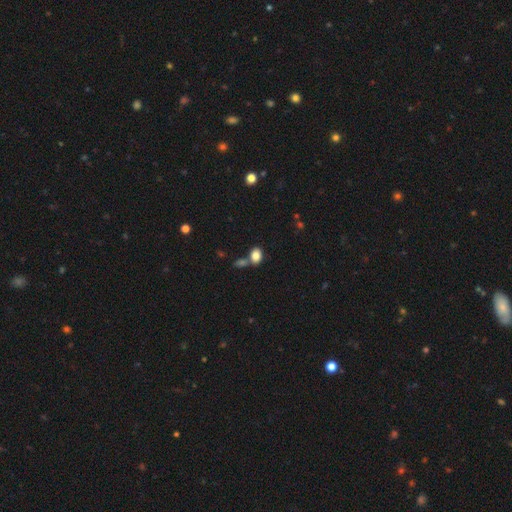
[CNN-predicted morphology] A smooth galaxy with no disk features (84%) that is in between round and cigar-shaped (75%).

Vote fractions:
- Smooth or featured? smooth: 84% / star or artifact: 10% / featured or disk: 7%
- How rounded? in between: 75% / round: 24% / cigar-shaped: 1%
- Merging? none: 53% / merger: 30% / minor disturbance: 13% / major disturbance: 4%